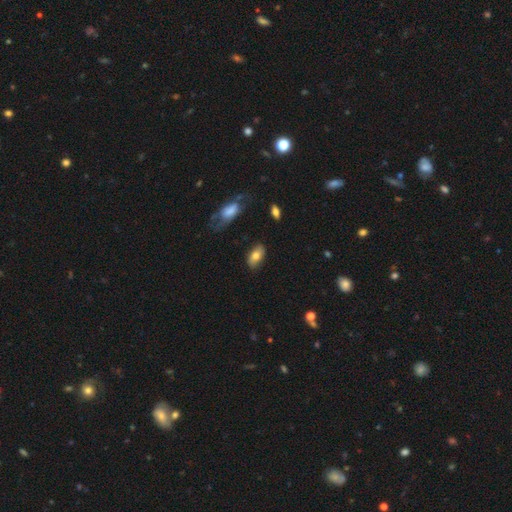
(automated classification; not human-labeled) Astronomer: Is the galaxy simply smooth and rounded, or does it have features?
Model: smooth — 75%.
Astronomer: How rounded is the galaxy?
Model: in between — 91%.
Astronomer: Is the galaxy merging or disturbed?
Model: none — 81%.